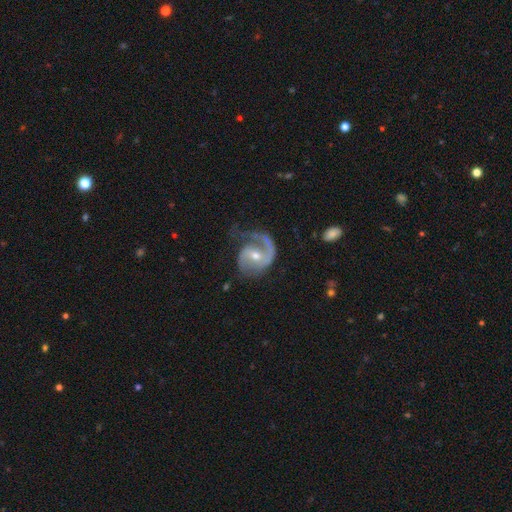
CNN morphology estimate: The model was most divided on "bulge size": moderate: 49%, small: 48%, large: 2%, none: 1%, dominant: 1%. Remaining: edge-on disk — no (98%); spiral arms — yes (96%); smooth or featured — featured or disk (89%); spiral arm count — 2 (55%); merging — none (53%); spiral winding — medium (51%); bar — weak (44%).